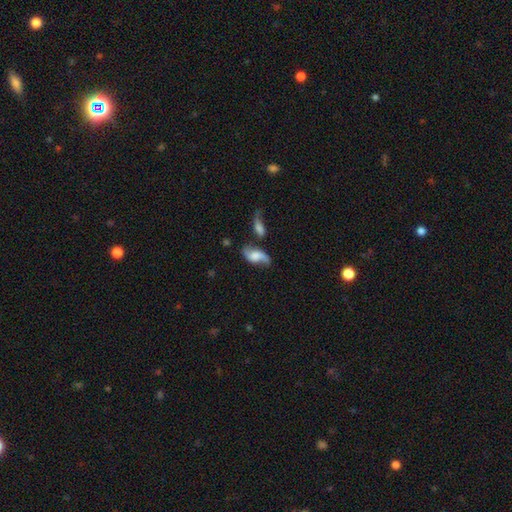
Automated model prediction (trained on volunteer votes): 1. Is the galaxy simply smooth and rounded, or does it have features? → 71% featured or disk, 22% smooth, 8% star or artifact.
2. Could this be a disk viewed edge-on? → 94% no, 6% yes.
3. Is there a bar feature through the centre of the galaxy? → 55% no, 36% weak, 9% strong.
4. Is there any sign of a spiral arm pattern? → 93% yes, 7% no.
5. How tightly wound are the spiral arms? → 76% loose, 19% medium, 5% tight.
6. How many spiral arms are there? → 89% 2, 5% 1, 3% can't tell, 1% 3, 1% 4, 1% more than 4.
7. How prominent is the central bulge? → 27% moderate, 26% none, 25% large, 17% small, 4% dominant.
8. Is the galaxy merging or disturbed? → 50% none, 20% merger, 19% minor disturbance, 11% major disturbance.